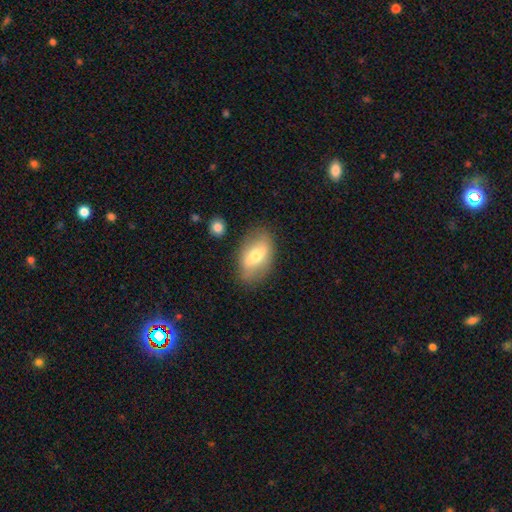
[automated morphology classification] This is possibly a smooth galaxy (52%). How rounded: clearly in between (88%). Merging: likely none (79%).